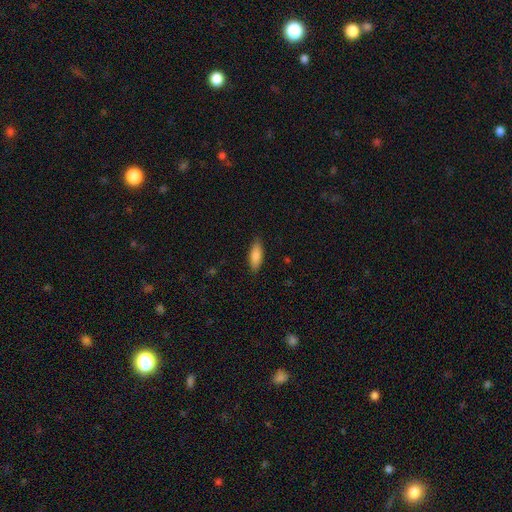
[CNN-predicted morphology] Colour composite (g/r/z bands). It shows a smooth galaxy with no disk features (83%) that is in between round and cigar-shaped (63%). Merging: none (87%).